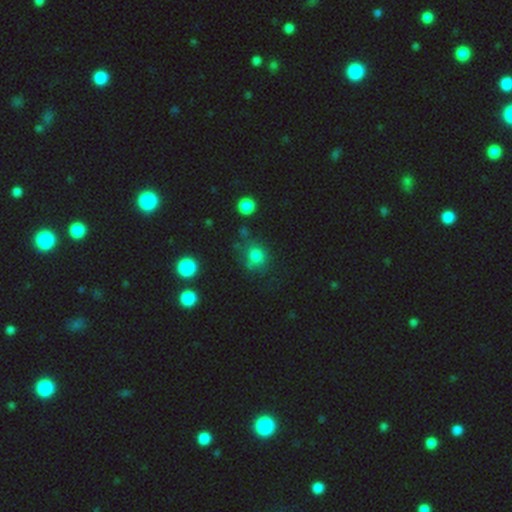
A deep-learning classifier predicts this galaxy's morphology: Q: Smooth or featured?
A: smooth (75%); runner-up: star or artifact (16%)
Q: How rounded?
A: round (79%); runner-up: in between (19%)
Q: Merging?
A: none (66%); runner-up: minor disturbance (17%)